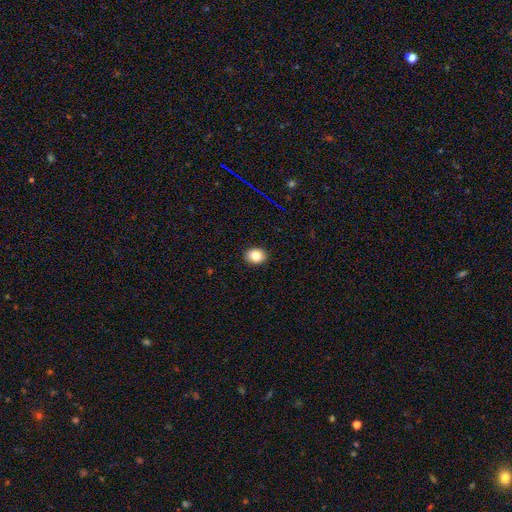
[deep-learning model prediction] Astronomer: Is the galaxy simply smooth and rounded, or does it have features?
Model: smooth — 83%.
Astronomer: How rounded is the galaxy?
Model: round — 51% (runner-up: in between, 48%).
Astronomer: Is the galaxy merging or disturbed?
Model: none — 91%.